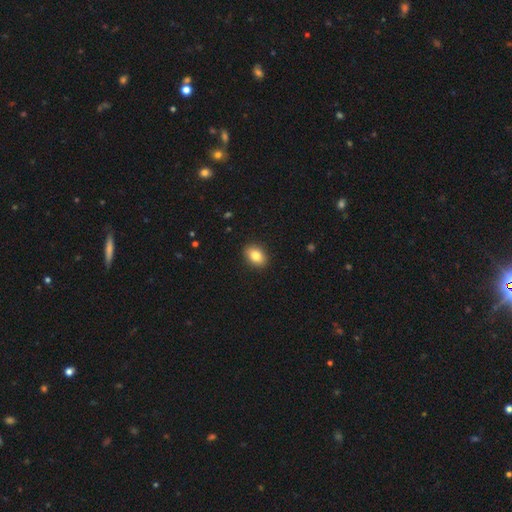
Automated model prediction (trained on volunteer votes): The model was most divided on "how rounded": in between: 79%, round: 20%, cigar-shaped: 1%. More confident: merging — none (90%); smooth or featured — smooth (83%).